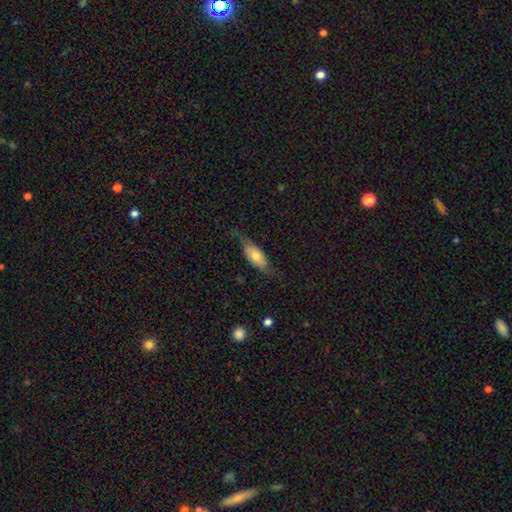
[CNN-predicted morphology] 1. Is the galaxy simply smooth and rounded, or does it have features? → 58% smooth, 35% featured or disk, 7% star or artifact.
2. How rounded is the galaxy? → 73% in between, 23% cigar-shaped, 3% round.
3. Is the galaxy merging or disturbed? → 57% none, 29% minor disturbance, 12% major disturbance, 2% merger.